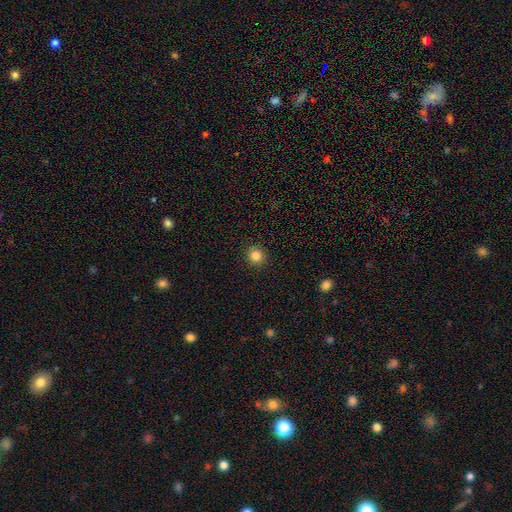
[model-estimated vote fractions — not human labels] Morphology: type=smooth (84%); roundness=round (91%); merging=none (92%).